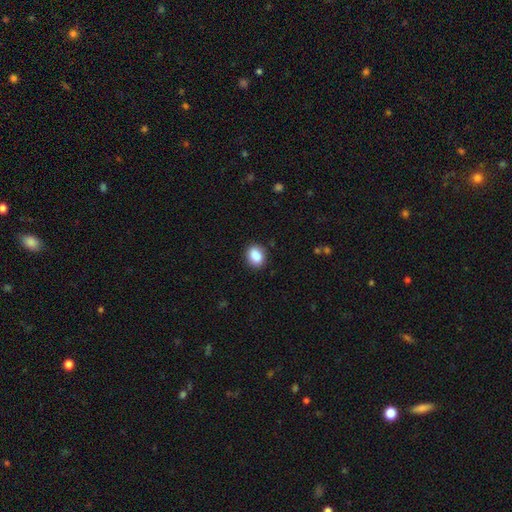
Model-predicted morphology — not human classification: Smooth or featured? Predicted: smooth (p=0.88). How rounded? Predicted: in between (p=0.59). Merging? Predicted: none (p=0.85).